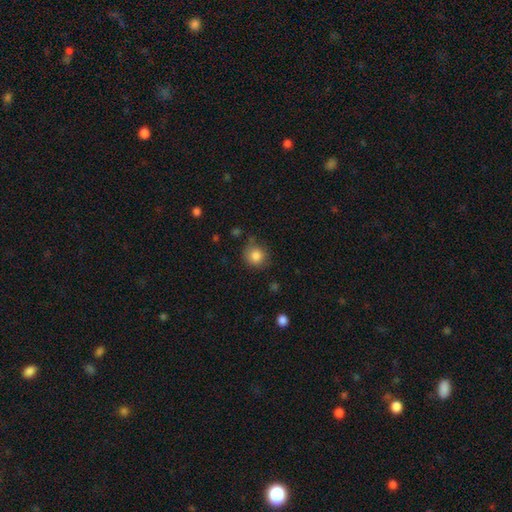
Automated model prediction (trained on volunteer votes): Smooth or featured?
  - smooth: 84% *
  - star or artifact: 10%
  - featured or disk: 6%
How rounded?
  - round: 87% *
  - in between: 12%
  - cigar-shaped: 1%
Merging?
  - none: 71% *
  - minor disturbance: 21%
  - major disturbance: 6%
  - merger: 3%